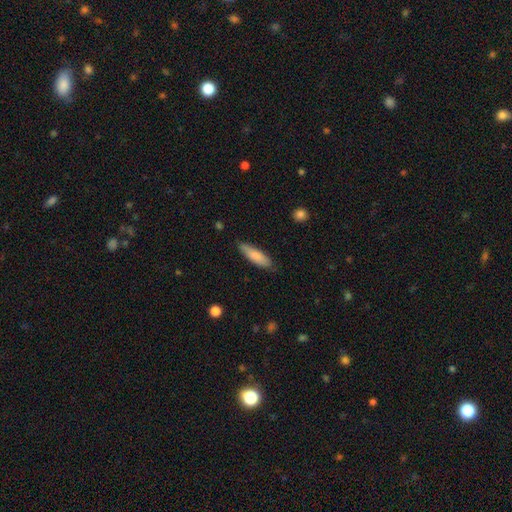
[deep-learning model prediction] smooth_or_featured: smooth (p=0.81) [alt: featured or disk p=0.13]
how_rounded: cigar-shaped (p=0.59) [alt: in between p=0.39]
merging: none (p=0.80) [alt: minor disturbance p=0.16]